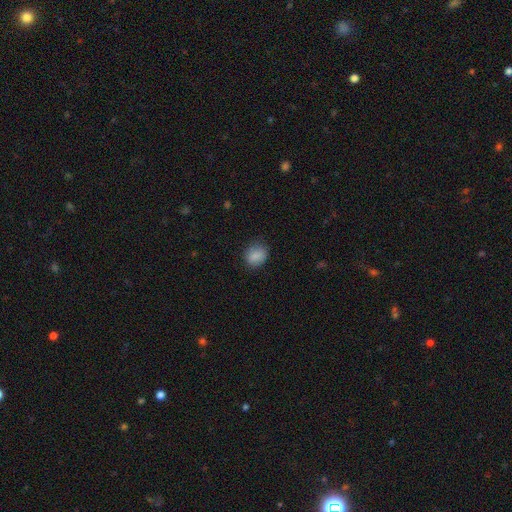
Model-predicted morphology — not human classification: Q: Smooth or featured?
A: smooth (87%); runner-up: star or artifact (8%)
Q: How rounded?
A: round (56%); runner-up: in between (43%)
Q: Merging?
A: none (82%); runner-up: minor disturbance (14%)